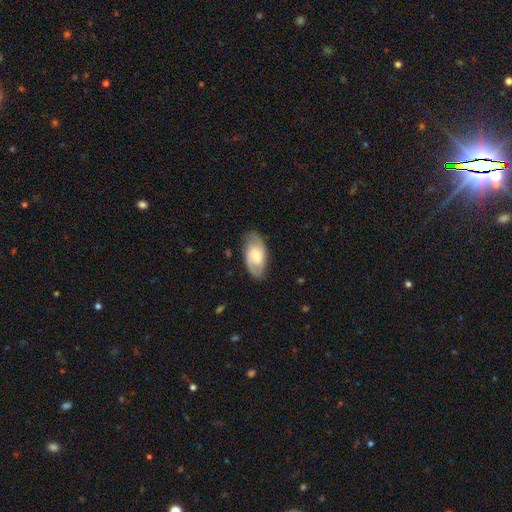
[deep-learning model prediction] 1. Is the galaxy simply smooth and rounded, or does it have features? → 65% featured or disk, 29% smooth, 6% star or artifact.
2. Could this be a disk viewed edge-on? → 95% no, 5% yes.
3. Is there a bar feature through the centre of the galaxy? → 47% no, 43% weak, 10% strong.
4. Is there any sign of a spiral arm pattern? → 90% yes, 10% no.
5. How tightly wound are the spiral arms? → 48% medium, 35% tight, 17% loose.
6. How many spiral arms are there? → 83% 2, 10% can't tell, 3% 1, 2% 3, 1% 4, 1% more than 4.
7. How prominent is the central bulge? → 45% small, 37% moderate, 8% none, 8% large, 2% dominant.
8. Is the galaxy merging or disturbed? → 81% none, 14% minor disturbance, 4% major disturbance, 1% merger.